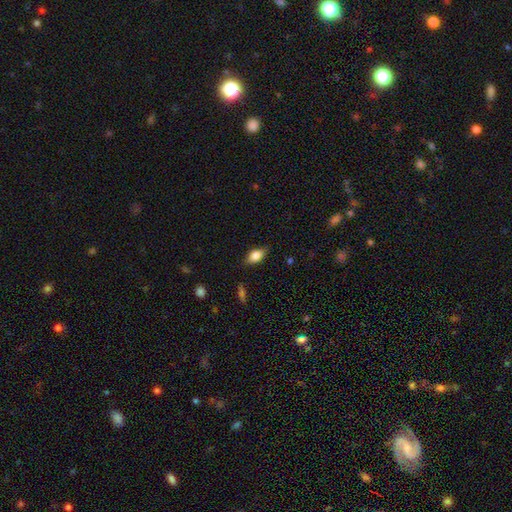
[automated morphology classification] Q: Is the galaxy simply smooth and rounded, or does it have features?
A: smooth — 77%.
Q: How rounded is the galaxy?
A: in between — 86%.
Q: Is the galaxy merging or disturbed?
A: none — 82%.